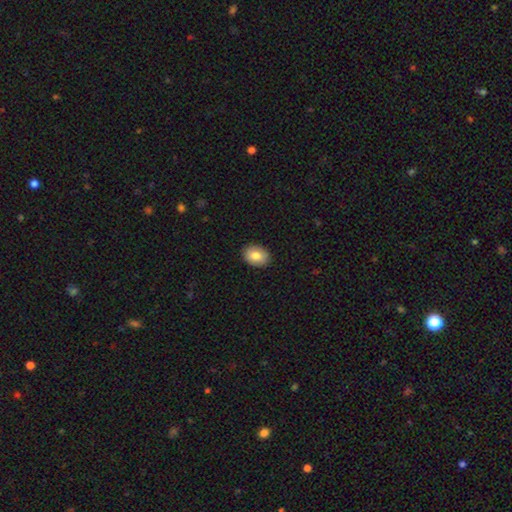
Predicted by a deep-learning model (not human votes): The model was most divided on "how rounded": in between: 66%, round: 34%, cigar-shaped: 1%. More confident: merging — none (91%); smooth or featured — smooth (81%).